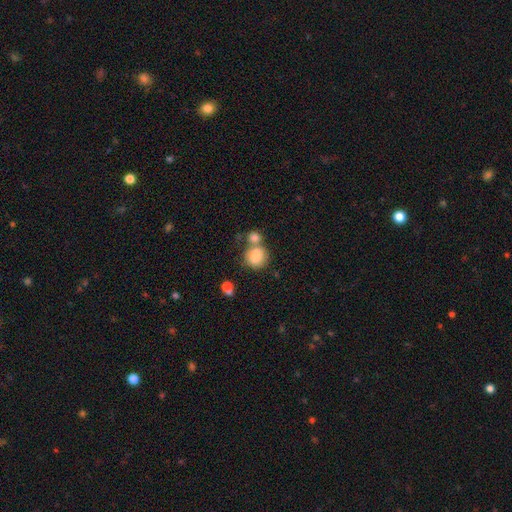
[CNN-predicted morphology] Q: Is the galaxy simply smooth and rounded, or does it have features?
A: smooth — 85%.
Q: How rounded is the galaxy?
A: round — 84%.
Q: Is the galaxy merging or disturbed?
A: none — 49%.